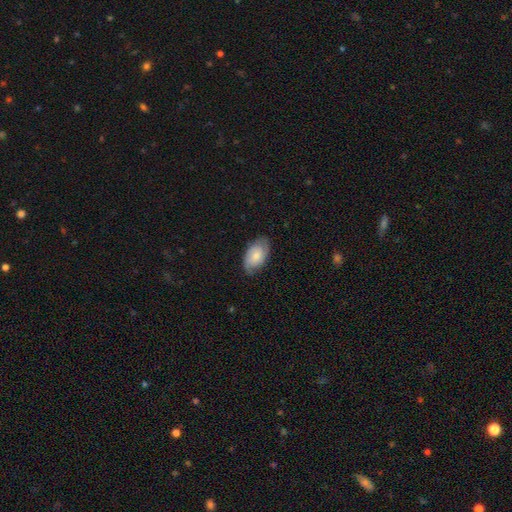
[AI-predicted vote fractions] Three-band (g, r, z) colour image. It shows a smooth galaxy with no disk features (55%) that is in between round and cigar-shaped (92%). Merging: none (76%).